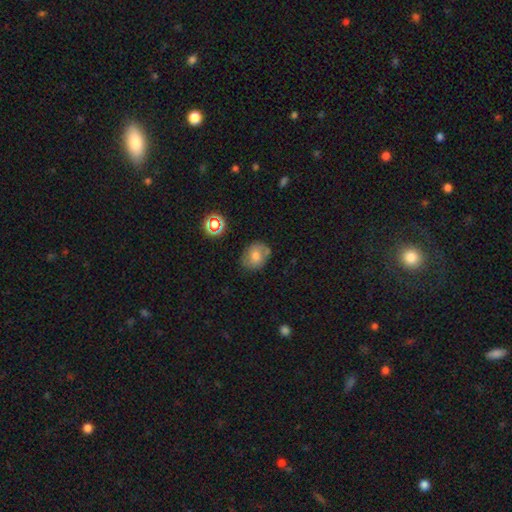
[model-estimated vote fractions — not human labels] Smooth or featured?
  - smooth: 61% *
  - featured or disk: 27%
  - star or artifact: 12%
How rounded?
  - round: 52% *
  - in between: 47%
  - cigar-shaped: 1%
Merging?
  - none: 66% *
  - minor disturbance: 23%
  - major disturbance: 7%
  - merger: 5%